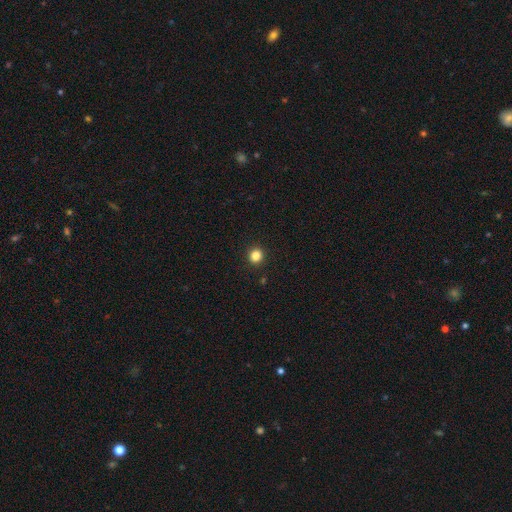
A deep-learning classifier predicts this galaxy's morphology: smooth_or_featured: smooth (p=0.84) [alt: star or artifact p=0.12]
how_rounded: round (p=0.92) [alt: in between p=0.08]
merging: none (p=0.93) [alt: minor disturbance p=0.04]